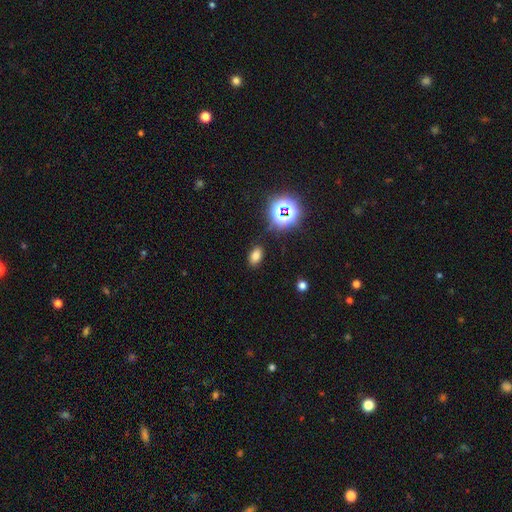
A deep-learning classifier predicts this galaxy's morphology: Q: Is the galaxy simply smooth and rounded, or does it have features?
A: smooth — 71%.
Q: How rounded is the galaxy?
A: in between — 86%.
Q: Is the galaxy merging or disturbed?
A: none — 85%.